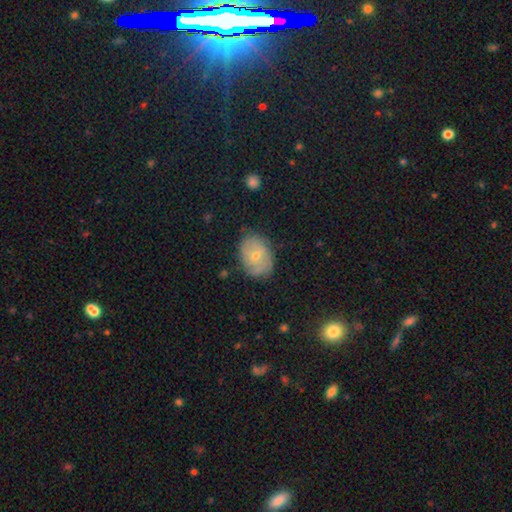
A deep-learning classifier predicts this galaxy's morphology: smooth_or_featured: featured or disk (p=0.46) [alt: smooth p=0.44]
merging: none (p=0.76) [alt: minor disturbance p=0.18]